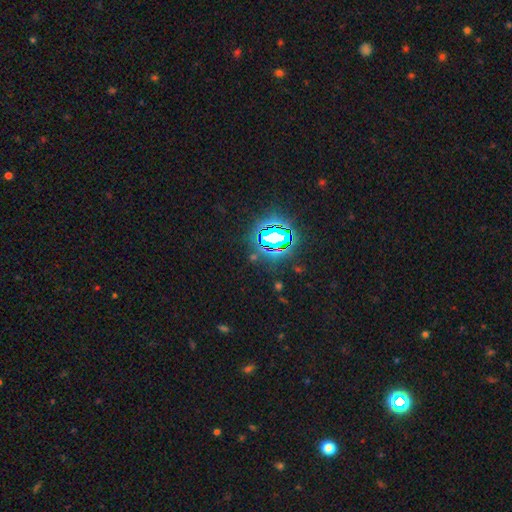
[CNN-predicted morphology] Overall: star or artifact (79%).